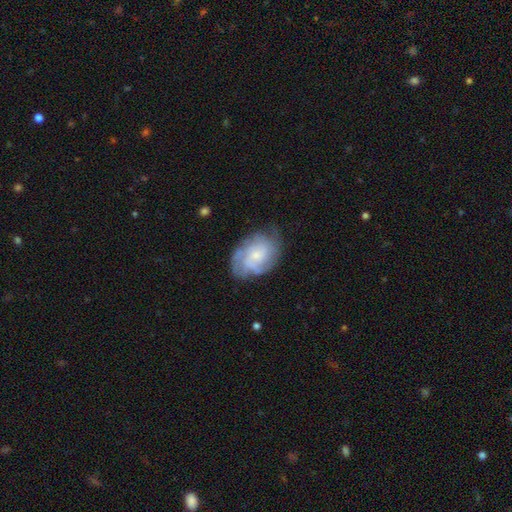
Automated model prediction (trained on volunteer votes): Smooth or featured? Predicted: featured or disk (p=0.70). Edge-on disk? Predicted: no (p=0.97). Bar? Predicted: no (p=0.73). Spiral arms? Predicted: yes (p=0.90). Spiral winding? Predicted: tight (p=0.55). Spiral arm count? Predicted: can't tell (p=0.42). Bulge size? Predicted: small (p=0.61). Merging? Predicted: none (p=0.66).